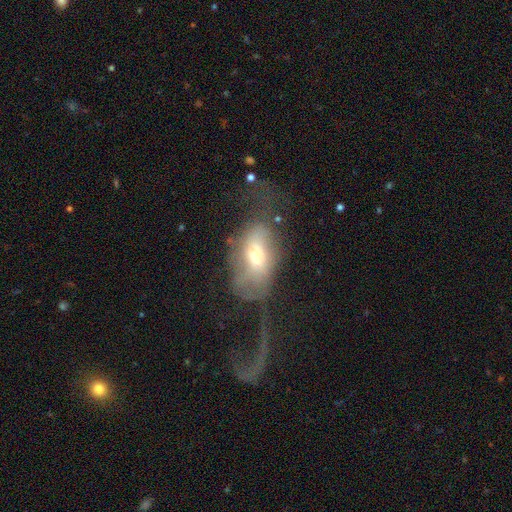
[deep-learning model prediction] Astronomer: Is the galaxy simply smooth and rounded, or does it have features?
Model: smooth — 52% (runner-up: featured or disk, 38%).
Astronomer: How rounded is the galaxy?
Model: in between — 87%.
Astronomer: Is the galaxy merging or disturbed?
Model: major disturbance — 50%.